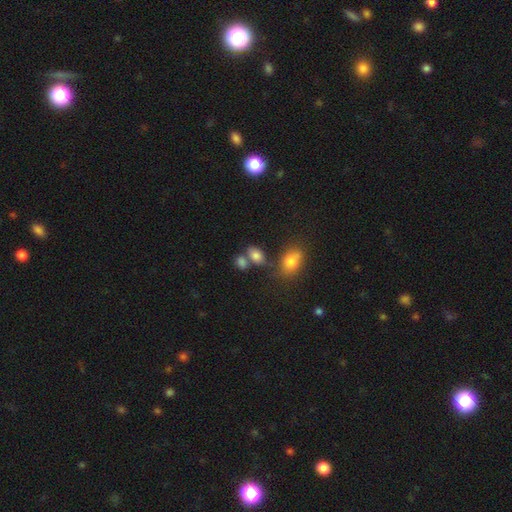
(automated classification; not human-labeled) smooth-or-featured: smooth: 78% | star or artifact: 12% | featured or disk: 9%
  how-rounded: in between: 80% | round: 18% | cigar-shaped: 2%
  merging: none: 49% | merger: 29% | minor disturbance: 15% | major disturbance: 6%